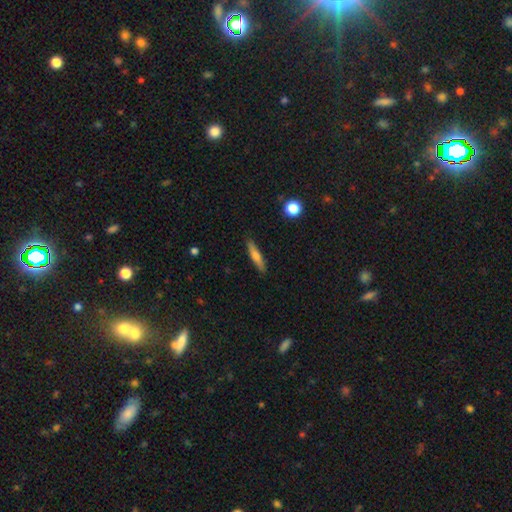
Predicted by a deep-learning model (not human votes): This is likely a smooth galaxy (60%). How rounded: clearly cigar-shaped (86%). Merging: clearly none (88%).